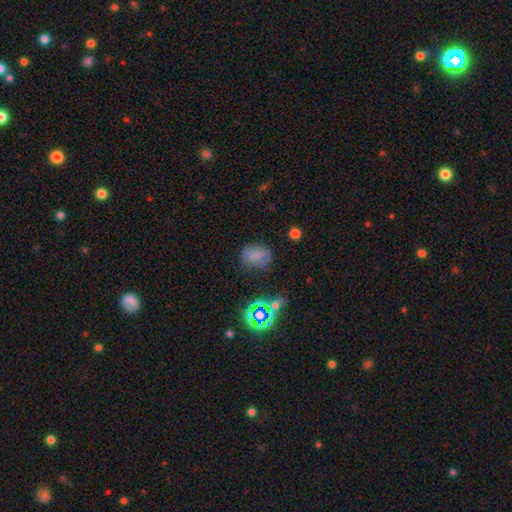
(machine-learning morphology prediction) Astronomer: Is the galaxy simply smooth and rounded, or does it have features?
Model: smooth — 67%.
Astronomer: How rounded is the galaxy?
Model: in between — 58% (runner-up: round, 40%).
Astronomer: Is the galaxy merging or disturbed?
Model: none — 66%.